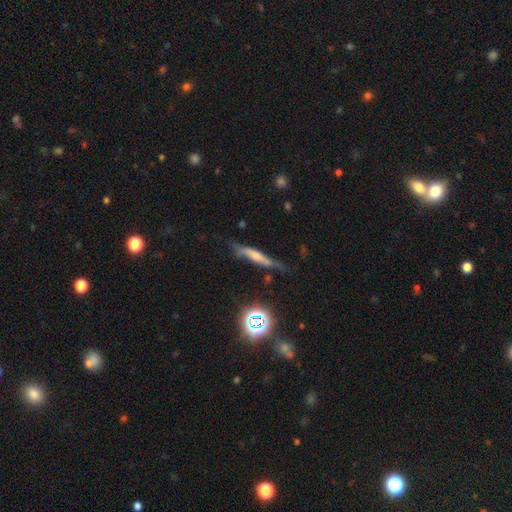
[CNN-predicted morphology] A featured or disk galaxy (48%).

Vote fractions:
- Smooth or featured? featured or disk: 48% / smooth: 38% / star or artifact: 14%
- Merging? none: 65% / minor disturbance: 23% / major disturbance: 8% / merger: 3%